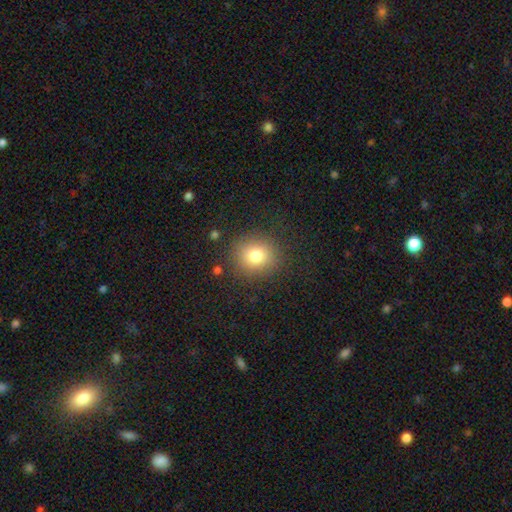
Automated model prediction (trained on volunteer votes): Smooth or featured: smooth — 78% (star or artifact — 13%)
How rounded: round — 86% (in between — 13%)
Merging: none — 87% (minor disturbance — 8%)